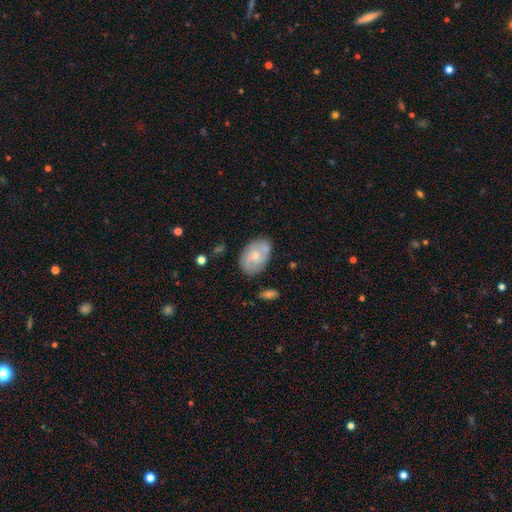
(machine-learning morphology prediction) This is possibly a featured or disk galaxy (48%). Merging: likely none (68%).